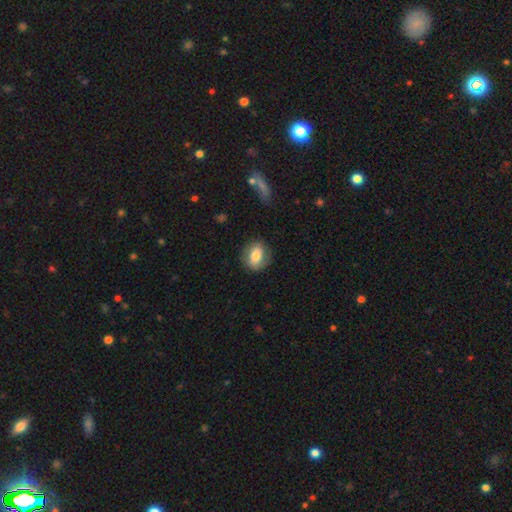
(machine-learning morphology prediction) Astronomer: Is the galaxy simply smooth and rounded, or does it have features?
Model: smooth — 74%.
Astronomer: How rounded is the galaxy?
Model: in between — 60% (runner-up: round, 38%).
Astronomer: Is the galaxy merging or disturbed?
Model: none — 80%.